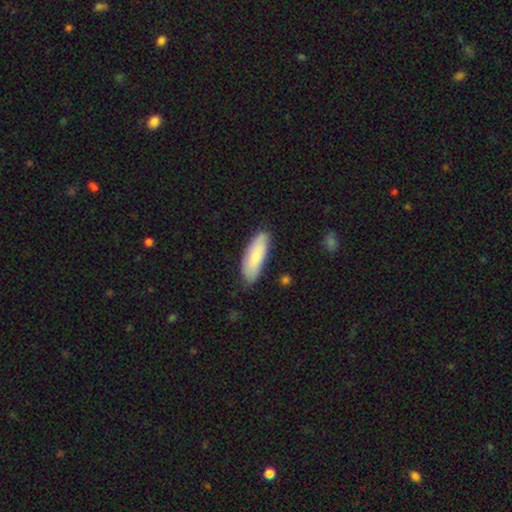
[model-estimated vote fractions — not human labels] The model was most divided on "how rounded": in between: 62%, cigar-shaped: 37%, round: 2%. More confident: merging — none (80%); smooth or featured — smooth (79%).